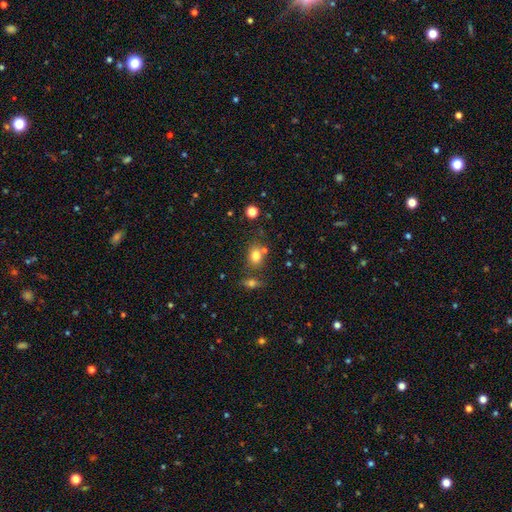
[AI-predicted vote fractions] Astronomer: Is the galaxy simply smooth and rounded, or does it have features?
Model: smooth — 78%.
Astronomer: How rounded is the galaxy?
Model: in between — 51% (runner-up: round, 48%).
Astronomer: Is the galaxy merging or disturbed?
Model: none — 62%.